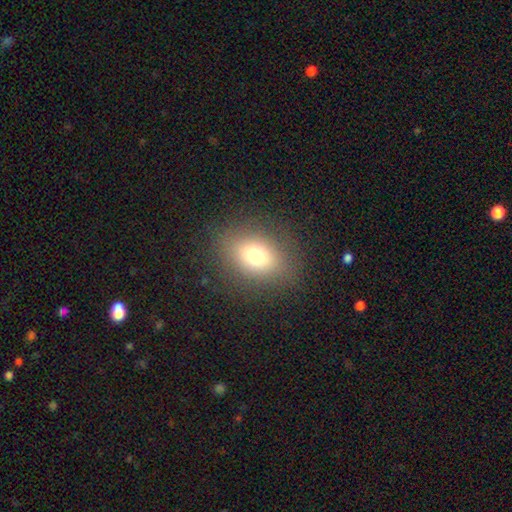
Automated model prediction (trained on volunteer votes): smooth-or-featured: smooth: 75% | featured or disk: 13% | star or artifact: 12%
  how-rounded: in between: 72% | round: 26% | cigar-shaped: 2%
  merging: none: 86% | minor disturbance: 9% | major disturbance: 4% | merger: 1%